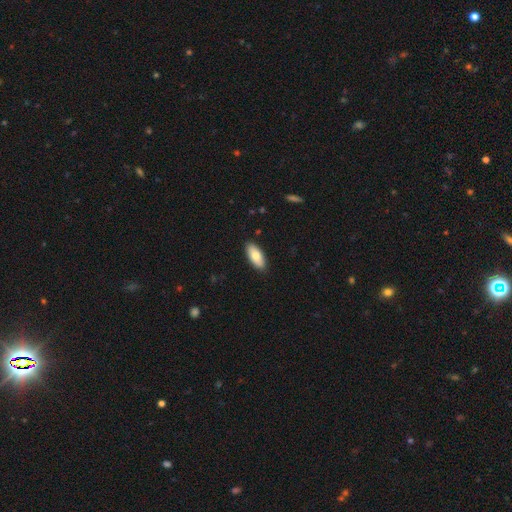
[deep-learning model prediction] A smooth galaxy with no disk features (76%) that is in between round and cigar-shaped (85%).

Vote fractions:
- Smooth or featured? smooth: 76% / featured or disk: 18% / star or artifact: 6%
- How rounded? in between: 85% / cigar-shaped: 12% / round: 2%
- Merging? none: 89% / minor disturbance: 8% / major disturbance: 2% / merger: 1%